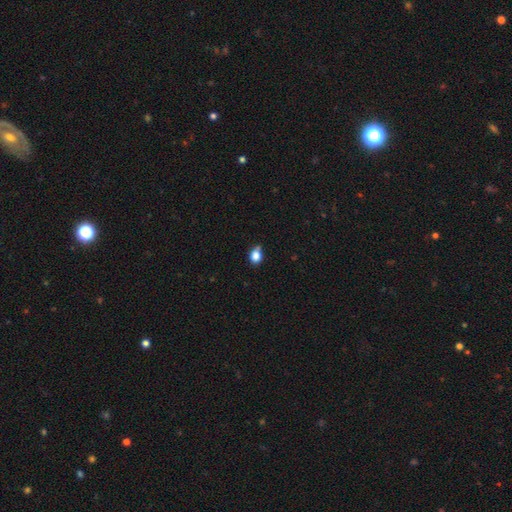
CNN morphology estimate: Q: Smooth or featured?
A: smooth (83%); runner-up: star or artifact (11%)
Q: How rounded?
A: in between (50%); runner-up: round (49%)
Q: Merging?
A: none (53%); runner-up: minor disturbance (32%)